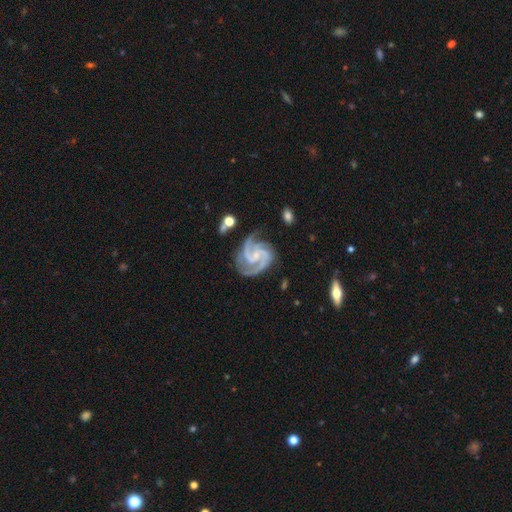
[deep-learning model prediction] This appears to be a featured or disk galaxy (94%) with no bar (47%), 3 (54%) medium (52%) spiral arms (99%) and a small central bulge (72%). Merging: none (70%).